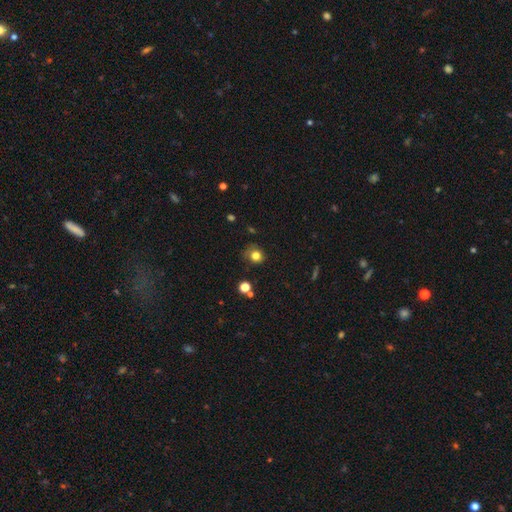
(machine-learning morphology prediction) type=smooth (78%); roundness=round (82%); merging=none (69%).